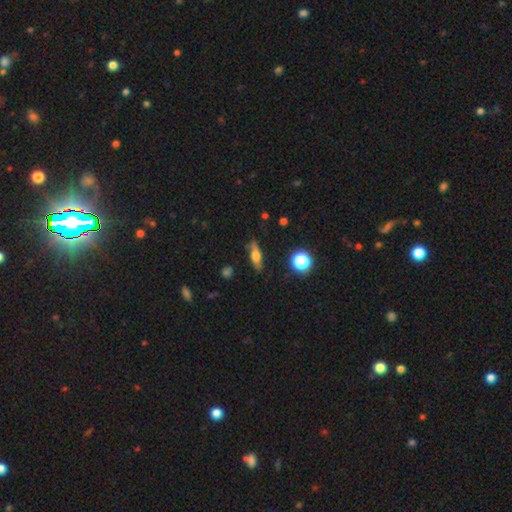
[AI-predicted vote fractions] Morphology: type=smooth (51%); roundness=cigar-shaped (50%); merging=none (81%).